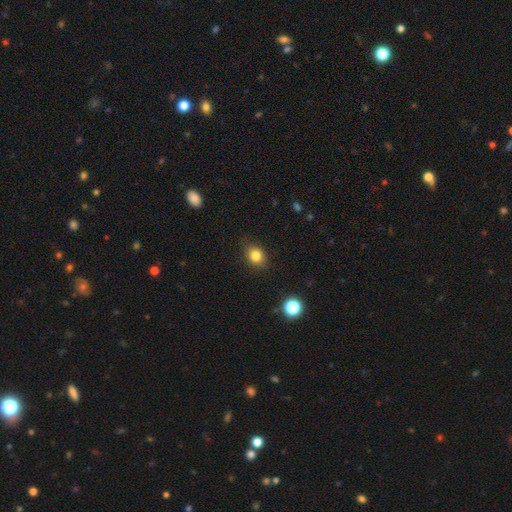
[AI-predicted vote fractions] Smooth or featured?
  - smooth: 82% *
  - star or artifact: 11%
  - featured or disk: 6%
How rounded?
  - round: 52% *
  - in between: 47%
  - cigar-shaped: 1%
Merging?
  - none: 84% *
  - minor disturbance: 12%
  - major disturbance: 3%
  - merger: 1%